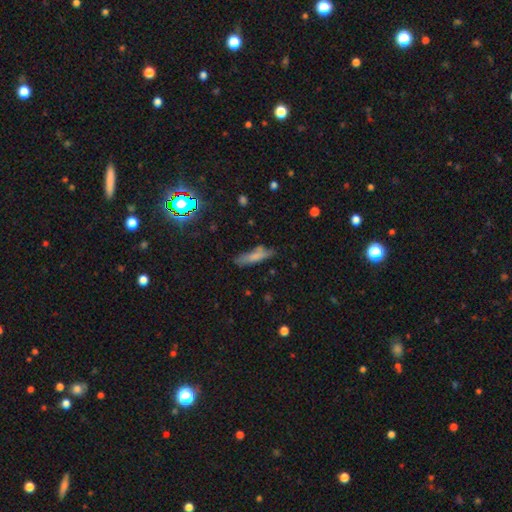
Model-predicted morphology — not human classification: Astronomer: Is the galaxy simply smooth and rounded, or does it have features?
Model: smooth — 71%.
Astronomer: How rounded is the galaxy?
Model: cigar-shaped — 70%.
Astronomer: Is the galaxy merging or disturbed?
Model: none — 63%.